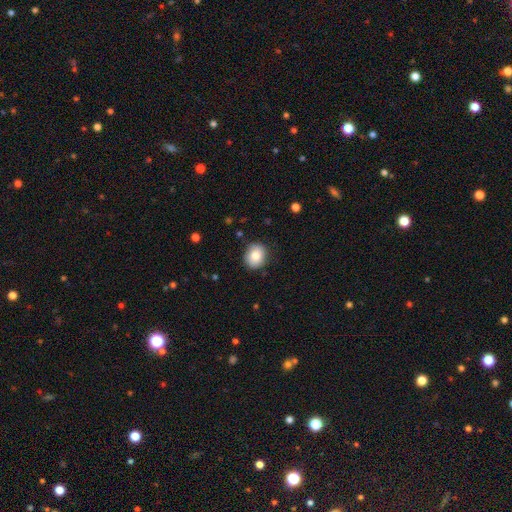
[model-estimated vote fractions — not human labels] Smooth or featured: smooth — 82% (featured or disk — 10%)
How rounded: round — 66% (in between — 33%)
Merging: none — 85% (minor disturbance — 12%)